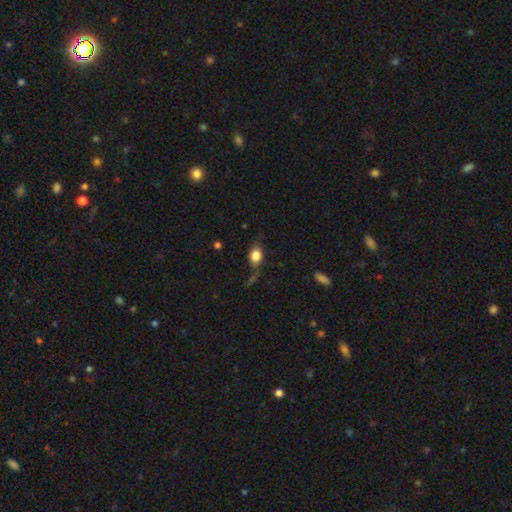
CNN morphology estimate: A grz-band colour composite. It shows a smooth galaxy with no disk features (79%) that is in between round and cigar-shaped (73%). Merging: none (57%).